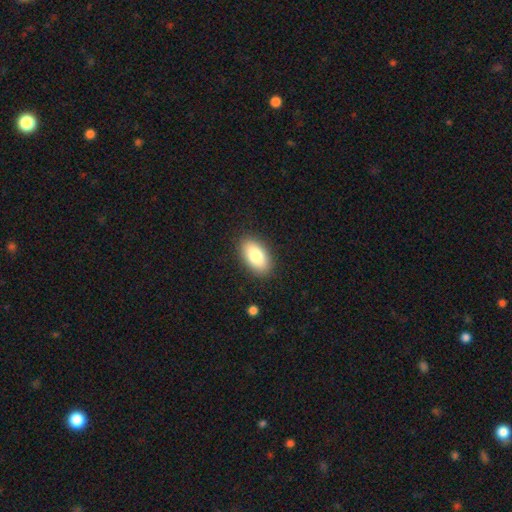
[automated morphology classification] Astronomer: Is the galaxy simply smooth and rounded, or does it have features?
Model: smooth — 83%.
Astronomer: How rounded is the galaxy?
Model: in between — 93%.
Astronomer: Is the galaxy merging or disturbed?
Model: none — 88%.